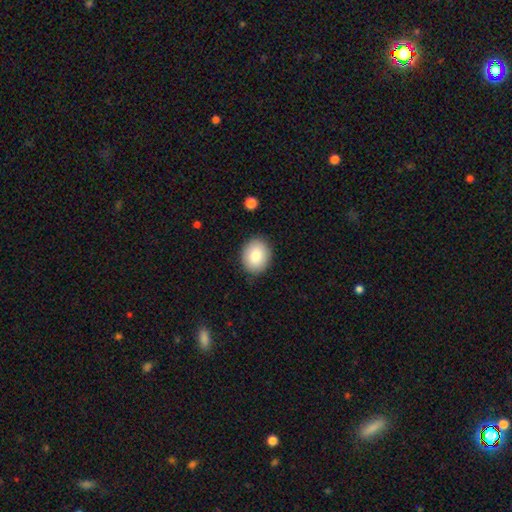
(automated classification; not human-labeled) Q: Smooth or featured?
A: smooth (85%); runner-up: featured or disk (8%)
Q: How rounded?
A: in between (53%); runner-up: round (46%)
Q: Merging?
A: none (86%); runner-up: minor disturbance (10%)